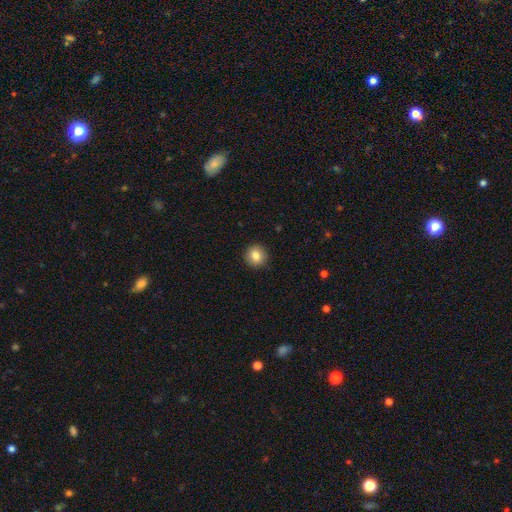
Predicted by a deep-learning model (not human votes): A smooth galaxy with no disk features (83%) that is round (92%). Merging: none (92%).